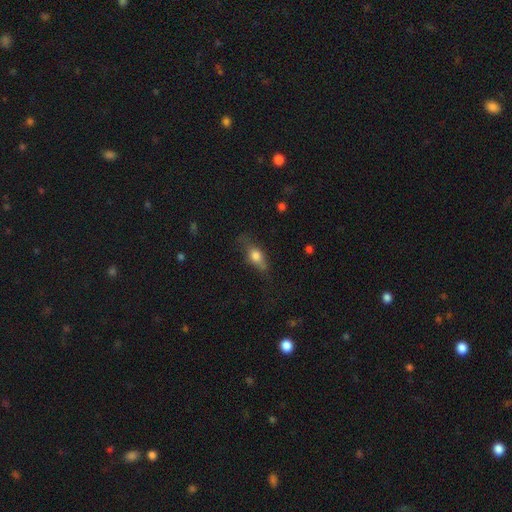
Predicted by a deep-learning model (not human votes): A smooth galaxy with no disk features (70%) that is in between round and cigar-shaped (73%).

Vote fractions:
- Smooth or featured? smooth: 70% / featured or disk: 21% / star or artifact: 9%
- How rounded? in between: 73% / cigar-shaped: 16% / round: 12%
- Merging? none: 52% / minor disturbance: 31% / major disturbance: 15% / merger: 3%